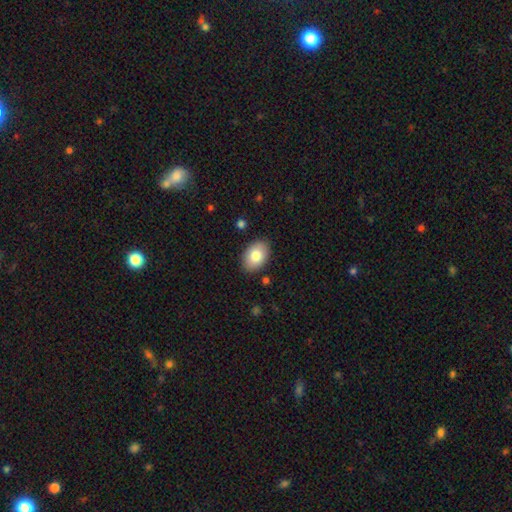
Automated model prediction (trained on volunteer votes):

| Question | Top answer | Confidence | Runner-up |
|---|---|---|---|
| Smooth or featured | smooth | 82% | featured or disk (11%) |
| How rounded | in between | 87% | round (12%) |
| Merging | none | 87% | minor disturbance (9%) |